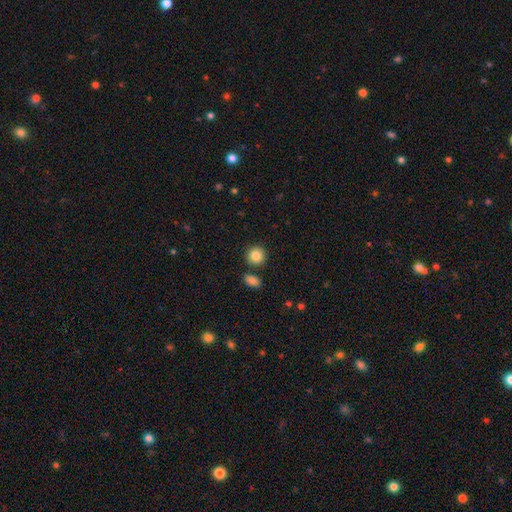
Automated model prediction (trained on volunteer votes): A smooth galaxy with no disk features (87%) that is round (90%). Merging: none (84%).